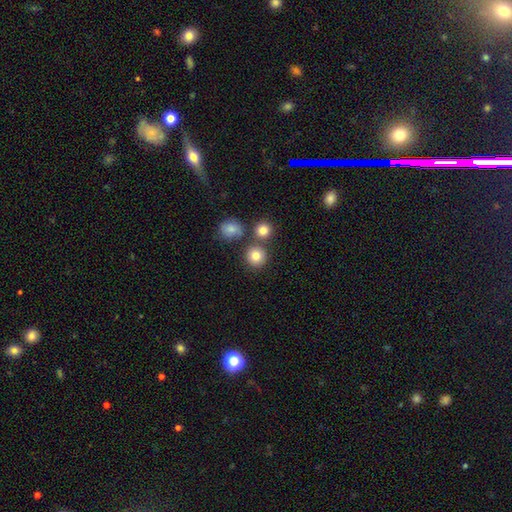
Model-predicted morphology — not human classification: Smooth or featured: smooth — 81% (star or artifact — 11%)
How rounded: round — 91% (in between — 8%)
Merging: none — 74% (merger — 15%)